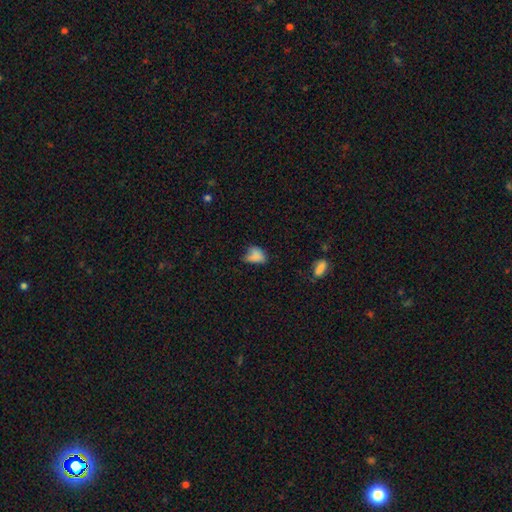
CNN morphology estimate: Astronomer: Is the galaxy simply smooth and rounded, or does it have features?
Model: smooth — 78%.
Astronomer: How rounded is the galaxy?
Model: in between — 77%.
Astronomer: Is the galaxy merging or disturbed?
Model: minor disturbance — 40% (runner-up: none, 35%).